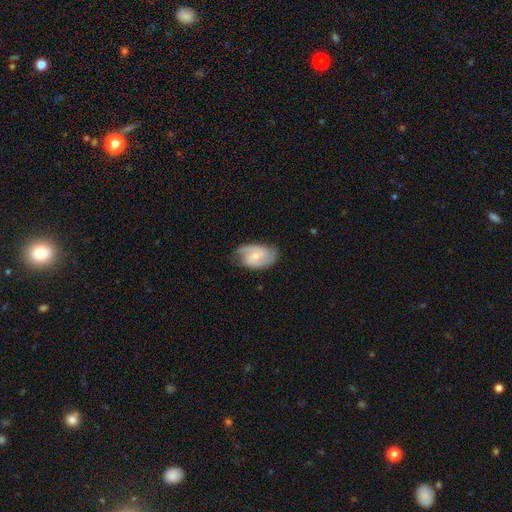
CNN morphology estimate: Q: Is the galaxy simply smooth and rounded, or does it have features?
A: featured or disk — 69%.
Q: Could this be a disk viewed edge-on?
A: no — 96%.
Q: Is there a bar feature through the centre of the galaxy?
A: weak — 46%.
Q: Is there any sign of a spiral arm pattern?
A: yes — 92%.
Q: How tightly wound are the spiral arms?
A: medium — 48%.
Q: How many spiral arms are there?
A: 2 — 74%.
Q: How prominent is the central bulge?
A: small — 62%.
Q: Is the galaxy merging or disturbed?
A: none — 66%.